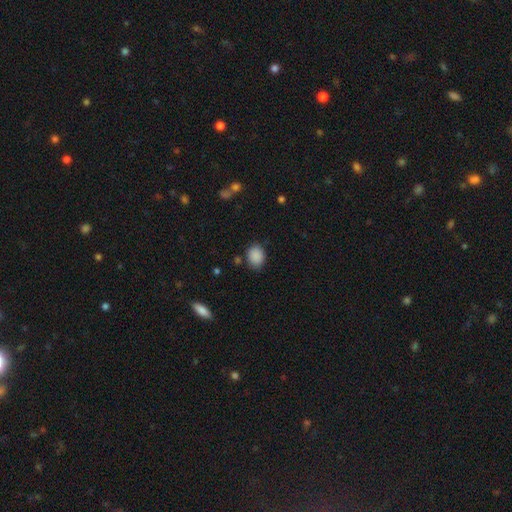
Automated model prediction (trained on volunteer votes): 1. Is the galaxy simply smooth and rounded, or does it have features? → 88% smooth, 8% star or artifact, 3% featured or disk.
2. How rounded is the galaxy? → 52% round, 48% in between, 1% cigar-shaped.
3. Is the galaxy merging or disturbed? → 80% none, 14% minor disturbance, 4% major disturbance, 3% merger.